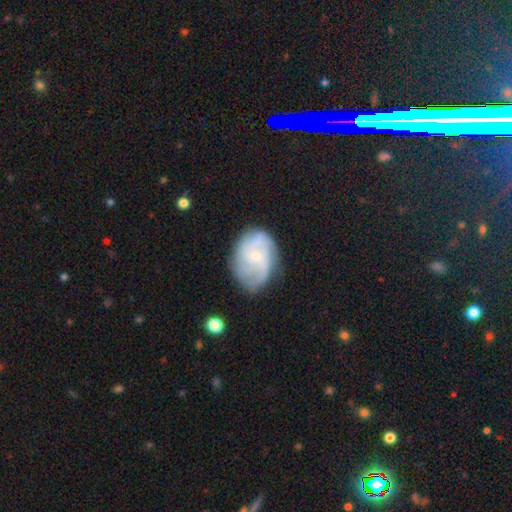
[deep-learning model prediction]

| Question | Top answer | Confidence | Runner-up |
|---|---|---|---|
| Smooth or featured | featured or disk | 75% | smooth (19%) |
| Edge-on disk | no | 98% | yes (2%) |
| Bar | no | 66% | weak (30%) |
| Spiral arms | yes | 92% | no (8%) |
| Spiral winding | medium | 43% | tight (38%) |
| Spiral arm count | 3 | 30% | can't tell (28%) |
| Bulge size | small | 72% | moderate (22%) |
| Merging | none | 66% | minor disturbance (23%) |